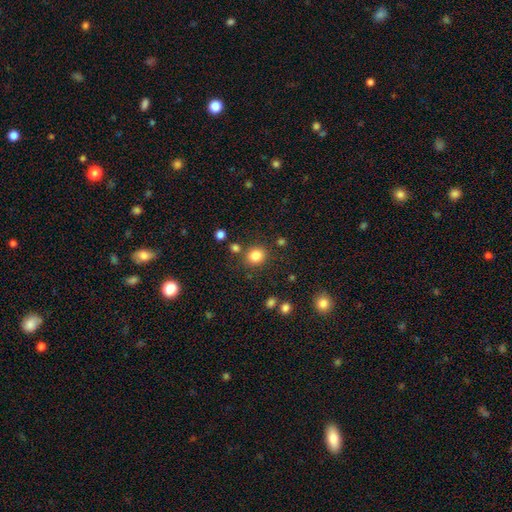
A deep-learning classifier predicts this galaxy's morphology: This is clearly a smooth galaxy (83%). How rounded: likely round (77%). Merging: clearly none (81%).